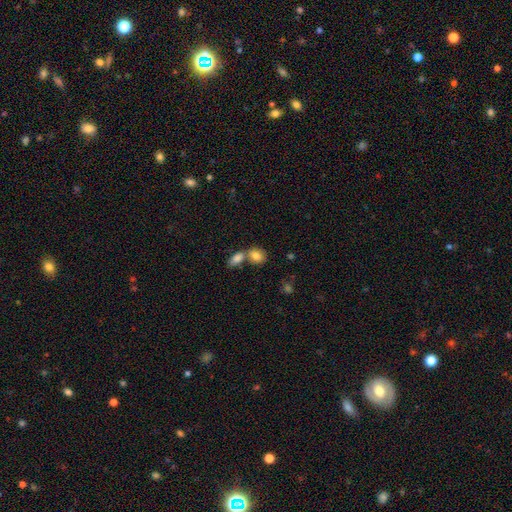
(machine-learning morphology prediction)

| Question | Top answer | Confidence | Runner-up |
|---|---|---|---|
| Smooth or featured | smooth | 82% | featured or disk (9%) |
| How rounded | in between | 64% | round (34%) |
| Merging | merger | 47% | none (41%) |